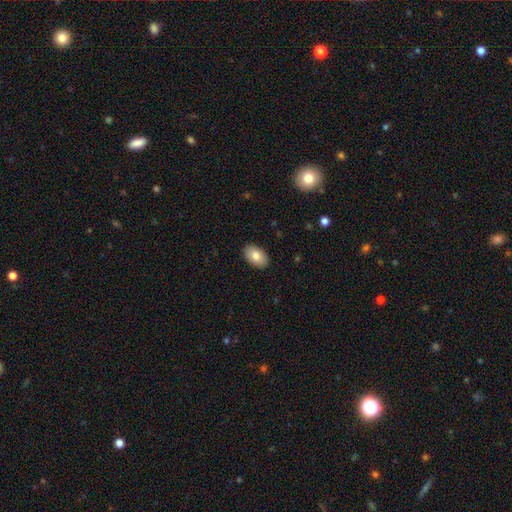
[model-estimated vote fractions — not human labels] Smooth or featured: smooth — 81% (featured or disk — 12%)
How rounded: in between — 92% (round — 7%)
Merging: none — 90% (minor disturbance — 8%)